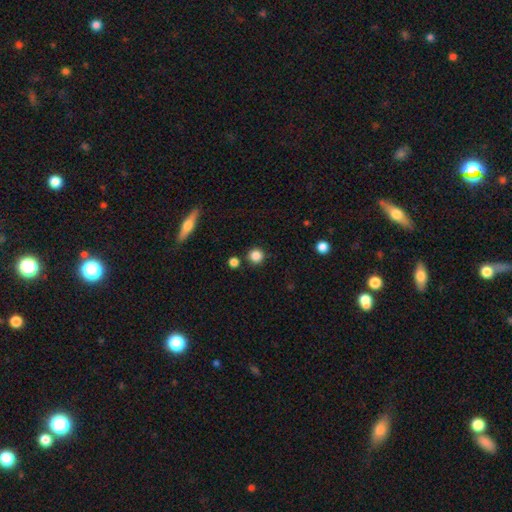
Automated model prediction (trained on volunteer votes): This is clearly a smooth galaxy (84%). How rounded: clearly round (93%). Merging: clearly none (84%).